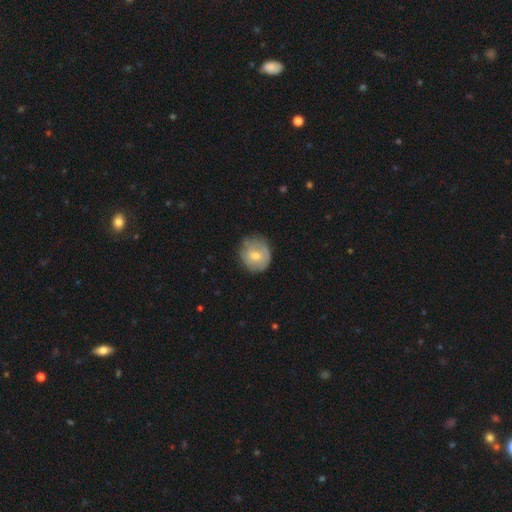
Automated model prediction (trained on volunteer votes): smooth 63%, featured or disk 30%, star or artifact 7%. Down the decision tree: how rounded — round (81%); merging — none (67%).